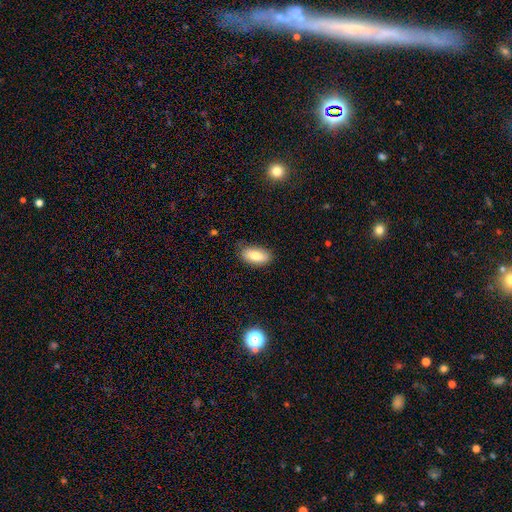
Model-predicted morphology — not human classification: Smooth or featured?
  - smooth: 80% *
  - featured or disk: 13%
  - star or artifact: 7%
How rounded?
  - in between: 89% *
  - cigar-shaped: 8%
  - round: 3%
Merging?
  - none: 81% *
  - minor disturbance: 15%
  - major disturbance: 3%
  - merger: 1%